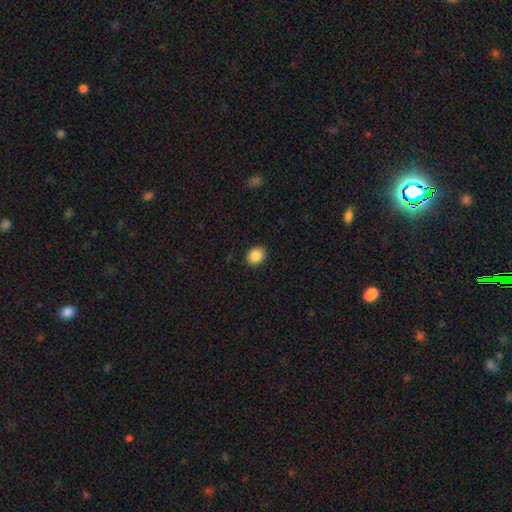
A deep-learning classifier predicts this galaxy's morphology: Q: Smooth or featured?
A: smooth (87%); runner-up: star or artifact (9%)
Q: How rounded?
A: in between (50%); runner-up: round (49%)
Q: Merging?
A: none (90%); runner-up: minor disturbance (7%)